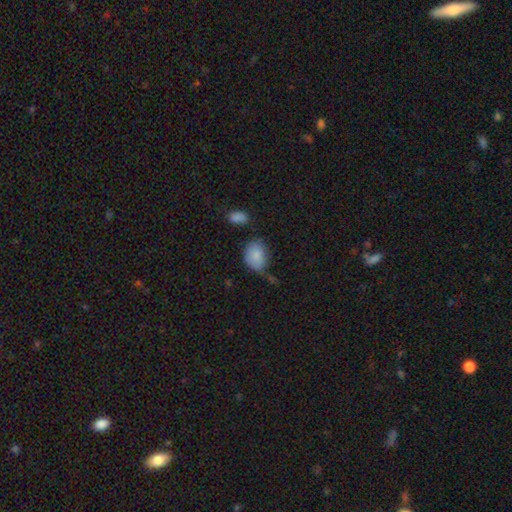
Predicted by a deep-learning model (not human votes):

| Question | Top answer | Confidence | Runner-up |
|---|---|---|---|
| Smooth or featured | smooth | 86% | star or artifact (8%) |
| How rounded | in between | 74% | round (25%) |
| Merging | none | 51% | minor disturbance (32%) |